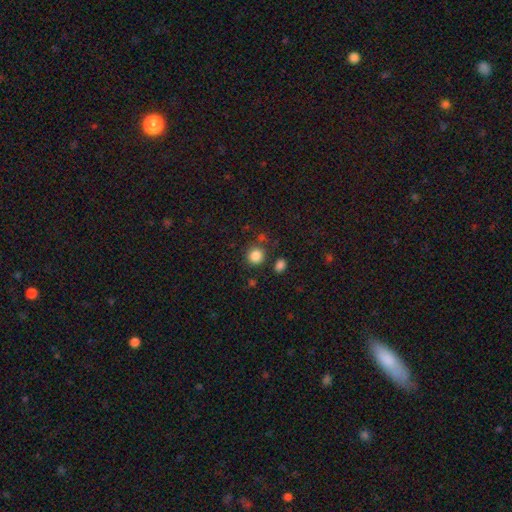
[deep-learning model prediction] Smooth or featured? Predicted: smooth (p=0.85). How rounded? Predicted: round (p=0.90). Merging? Predicted: none (p=0.81).